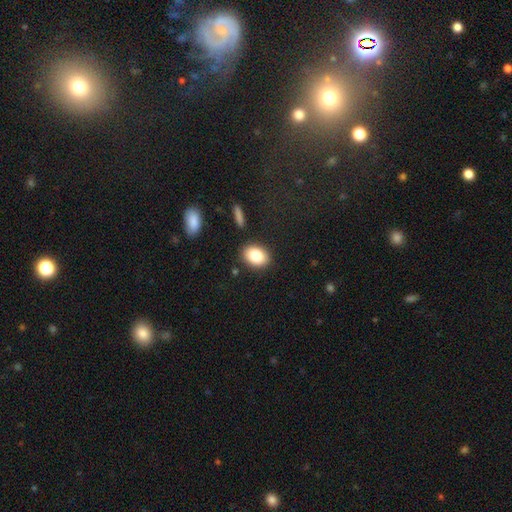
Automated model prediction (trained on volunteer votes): The model was most divided on "how rounded": in between: 78%, round: 20%, cigar-shaped: 1%. More confident: merging — none (86%); smooth or featured — smooth (84%).